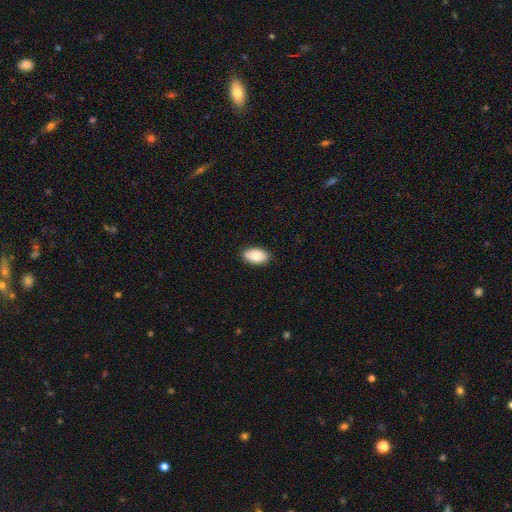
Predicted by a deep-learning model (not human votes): The model was most divided on "merging": none: 88%, minor disturbance: 9%, major disturbance: 2%, merger: 1%. More confident: how rounded — in between (94%); smooth or featured — smooth (86%).